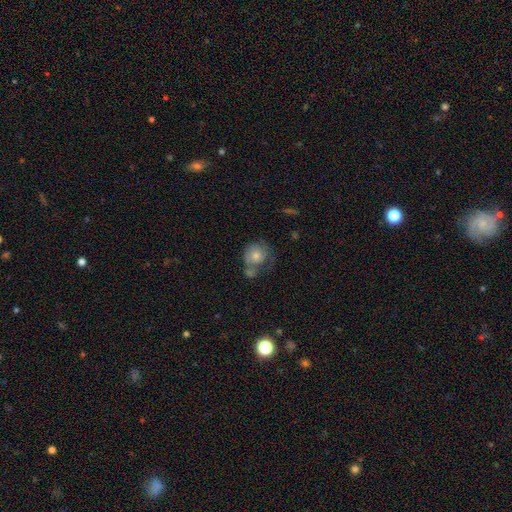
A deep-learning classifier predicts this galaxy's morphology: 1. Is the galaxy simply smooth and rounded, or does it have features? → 50% smooth, 38% featured or disk, 12% star or artifact.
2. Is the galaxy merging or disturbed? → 45% none, 23% merger, 20% minor disturbance, 12% major disturbance.